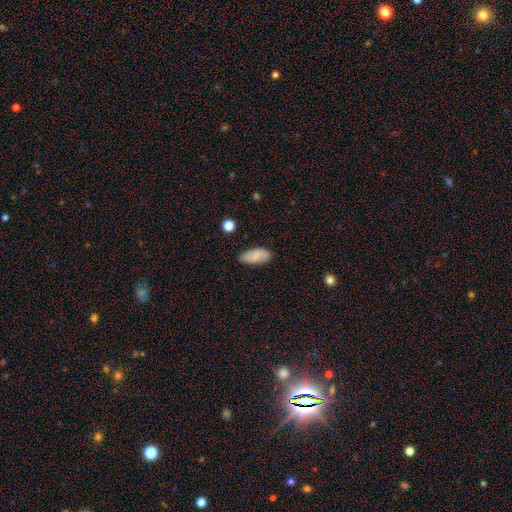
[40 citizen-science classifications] A smooth galaxy with no disk features (70%) that is in between round and cigar-shaped (100%).

Vote fractions:
- Smooth or featured? smooth: 70% / featured or disk: 25% / star or artifact: 5%
- How rounded? in between: 100% / round: 0% / cigar-shaped: 0%
- Merging? none: 89% / minor disturbance: 11% / major disturbance: 0% / merger: 0%